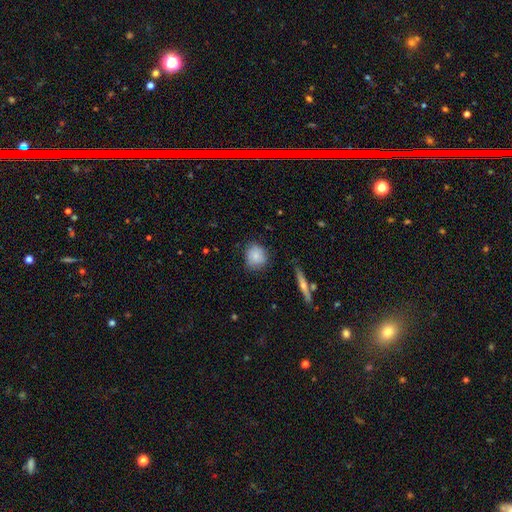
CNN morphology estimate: The model was most divided on "merging": none: 76%, minor disturbance: 18%, major disturbance: 4%, merger: 2%. More confident: how rounded — round (82%); smooth or featured — smooth (81%).